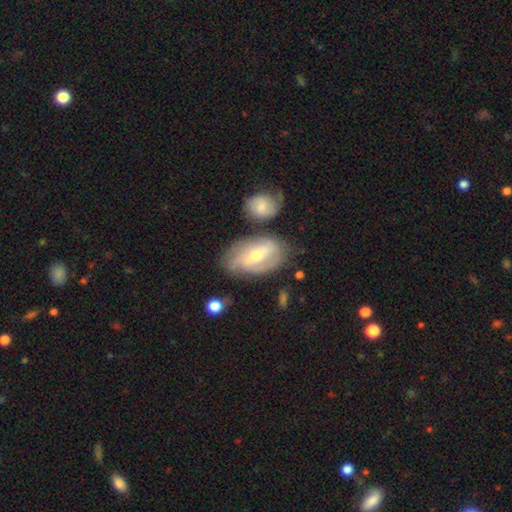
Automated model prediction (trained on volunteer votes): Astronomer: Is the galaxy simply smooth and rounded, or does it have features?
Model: featured or disk — 68%.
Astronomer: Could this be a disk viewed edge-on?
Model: no — 92%.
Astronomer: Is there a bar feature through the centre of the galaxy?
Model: weak — 41% (runner-up: strong, 38%).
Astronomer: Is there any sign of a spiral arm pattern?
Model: yes — 75%.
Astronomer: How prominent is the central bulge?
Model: moderate — 58% (runner-up: small, 38%).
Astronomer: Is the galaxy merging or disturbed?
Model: none — 63%.